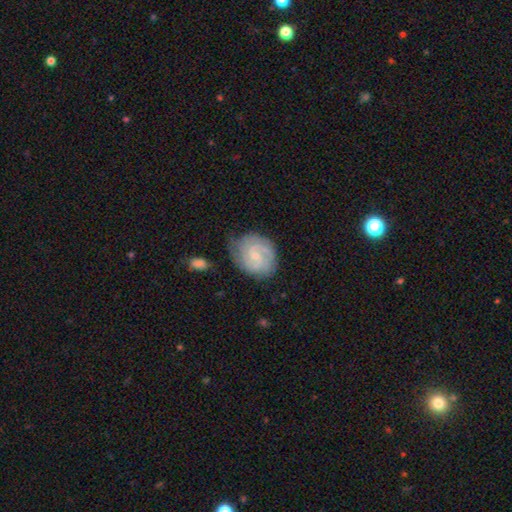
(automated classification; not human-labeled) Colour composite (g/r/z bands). It shows a featured or disk galaxy (80%) with a weak bar (56%), 2 (55%) tight (59%) spiral arms (96%) and a small central bulge (66%). Merging: none (74%).